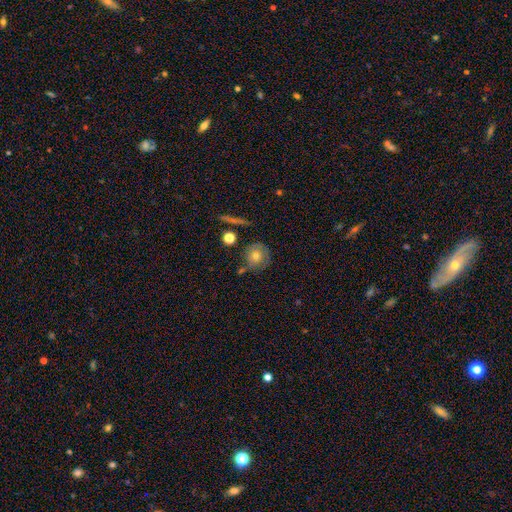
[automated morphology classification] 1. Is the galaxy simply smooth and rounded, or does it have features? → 67% smooth, 24% featured or disk, 9% star or artifact.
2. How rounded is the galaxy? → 90% round, 9% in between, 1% cigar-shaped.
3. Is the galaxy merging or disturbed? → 69% none, 18% minor disturbance, 8% merger, 5% major disturbance.